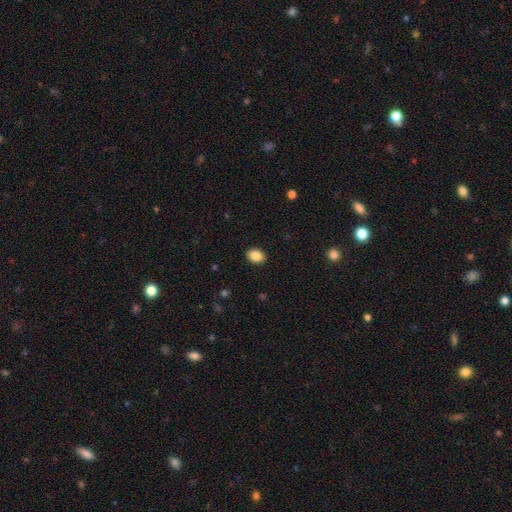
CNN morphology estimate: smooth 86%, star or artifact 9%, featured or disk 5%. Down the decision tree: how rounded — in between (62%); merging — none (90%).